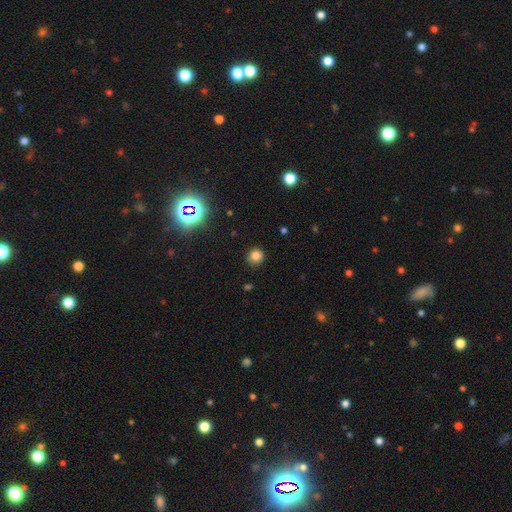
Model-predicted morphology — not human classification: The model was most divided on "smooth or featured": smooth: 80%, star or artifact: 15%, featured or disk: 5%. More confident: merging — none (87%); how rounded — round (86%).